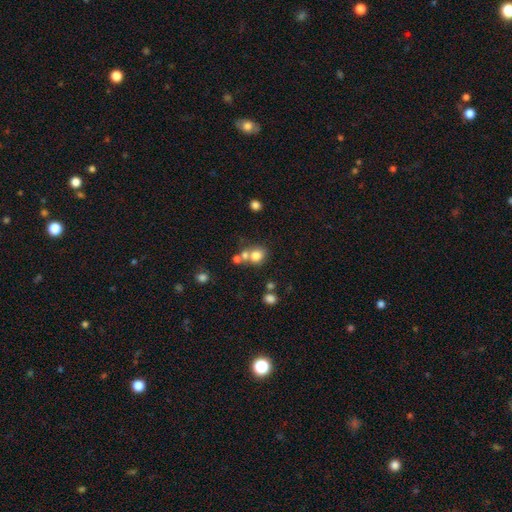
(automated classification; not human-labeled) Smooth or featured? smooth (75%)
How rounded? round (73%)
Merging? none (51%)